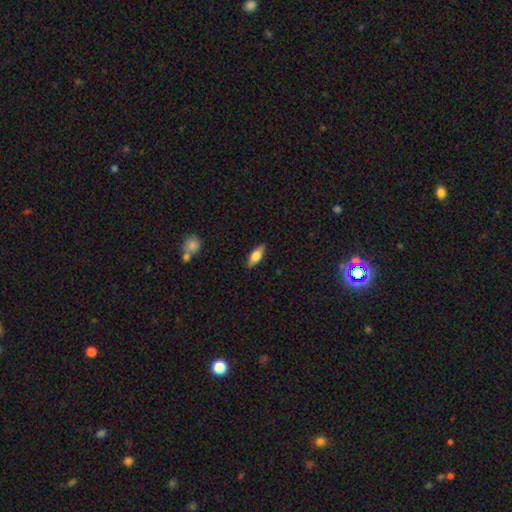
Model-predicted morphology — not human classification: A smooth galaxy with no disk features (63%) that is in between round and cigar-shaped (66%). Merging: none (87%).